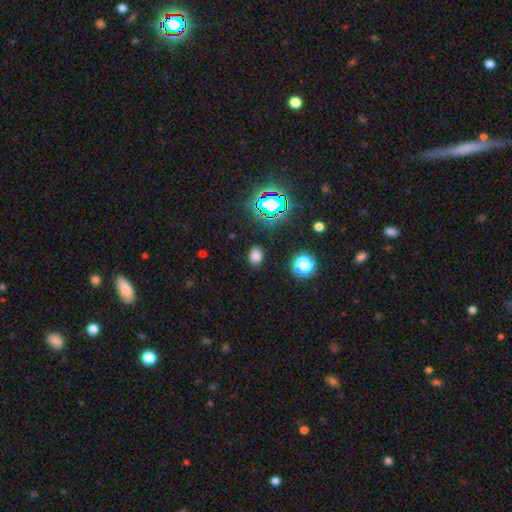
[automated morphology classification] Smooth or featured? Predicted: smooth (p=0.73). How rounded? Predicted: in between (p=0.67). Merging? Predicted: none (p=0.86).